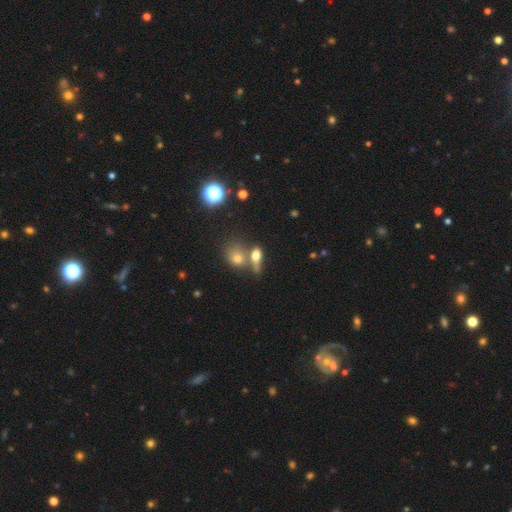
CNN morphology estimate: Smooth or featured? smooth (64%)
How rounded? in between (64%)
Merging? merger (45%)